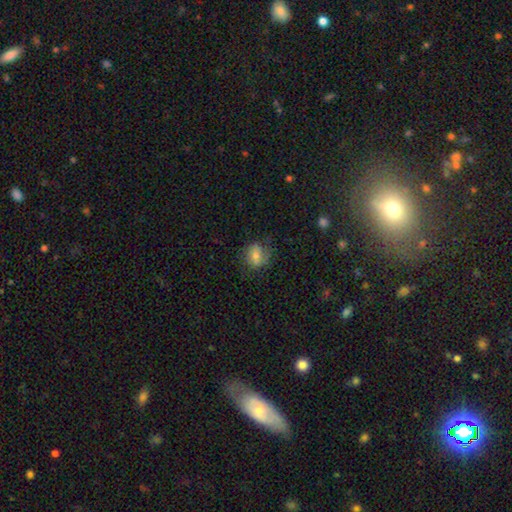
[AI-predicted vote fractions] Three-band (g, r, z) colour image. It shows a smooth galaxy with no disk features (68%) that is round (55%). Merging: none (66%).